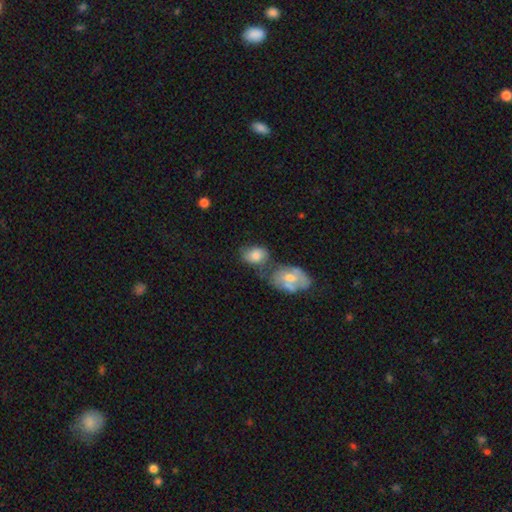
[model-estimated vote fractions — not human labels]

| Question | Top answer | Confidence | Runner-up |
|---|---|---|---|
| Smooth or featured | smooth | 70% | featured or disk (22%) |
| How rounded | in between | 71% | round (27%) |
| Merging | none | 39% | merger (32%) |